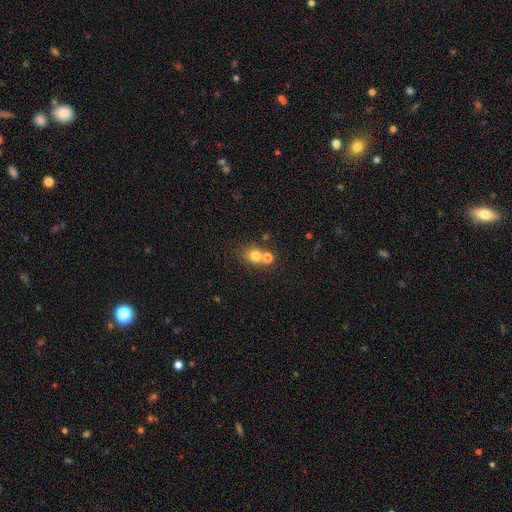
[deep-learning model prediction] Smooth or featured? smooth (74%)
How rounded? round (74%)
Merging? none (45%)